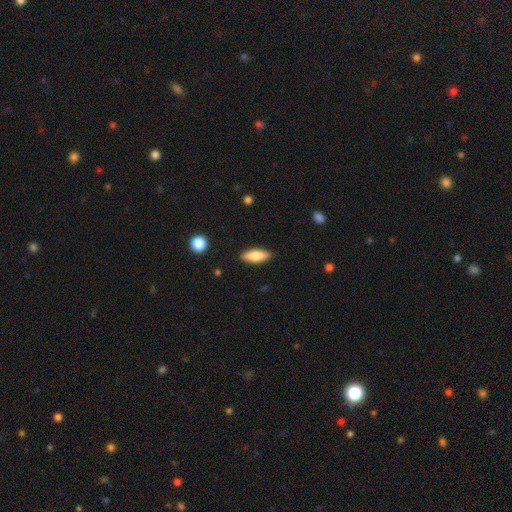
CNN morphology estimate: This is likely a smooth galaxy (76%). How rounded: likely in between (66%). Merging: clearly none (88%).